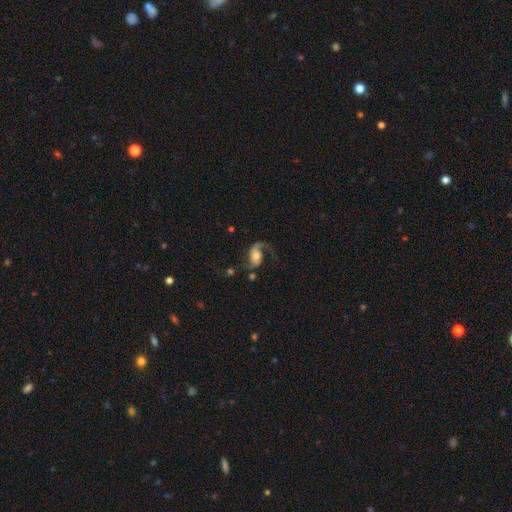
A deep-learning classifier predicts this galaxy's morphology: A featured or disk galaxy (78%) with no bar (54%), 2 (76%) loose (63%) spiral arms (93%) and a moderate central bulge (59%).

Vote fractions:
- Smooth or featured? featured or disk: 78% / smooth: 15% / star or artifact: 7%
- Edge-on disk? no: 97% / yes: 3%
- Bar? no: 54% / weak: 31% / strong: 15%
- Spiral arms? yes: 93% / no: 7%
- Spiral winding? loose: 63% / medium: 30% / tight: 8%
- Spiral arm count? 2: 76% / 1: 19% / can't tell: 3% / 3: 1% / 4: 1% / more than 4: 1%
- Bulge size? moderate: 59% / small: 27% / large: 10% / none: 2% / dominant: 2%
- Merging? none: 54% / major disturbance: 25% / minor disturbance: 17% / merger: 4%